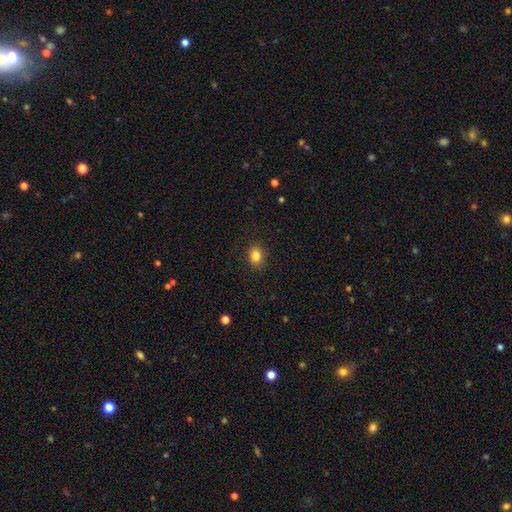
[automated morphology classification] A smooth galaxy with no disk features (84%) that is round (53%). Merging: none (88%).